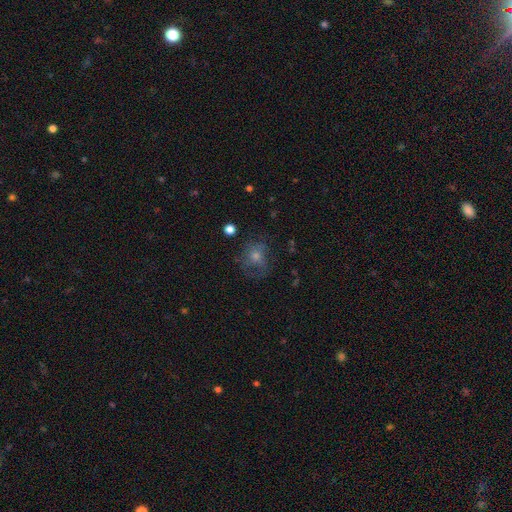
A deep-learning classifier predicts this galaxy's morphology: Smooth or featured?
  - smooth: 43% *
  - featured or disk: 36%
  - star or artifact: 20%
Merging?
  - none: 63% *
  - minor disturbance: 20%
  - major disturbance: 15%
  - merger: 2%